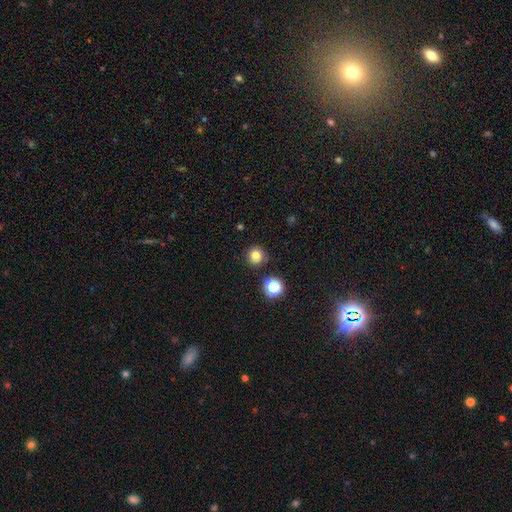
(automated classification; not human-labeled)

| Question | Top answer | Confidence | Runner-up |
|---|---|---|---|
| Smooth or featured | smooth | 79% | star or artifact (15%) |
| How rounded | round | 94% | in between (5%) |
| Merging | none | 89% | minor disturbance (6%) |